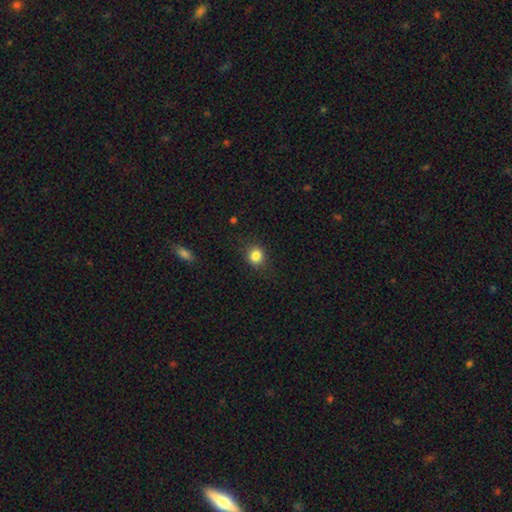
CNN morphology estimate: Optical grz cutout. It shows a smooth galaxy with no disk features (84%) that is round (81%). Merging: none (86%).